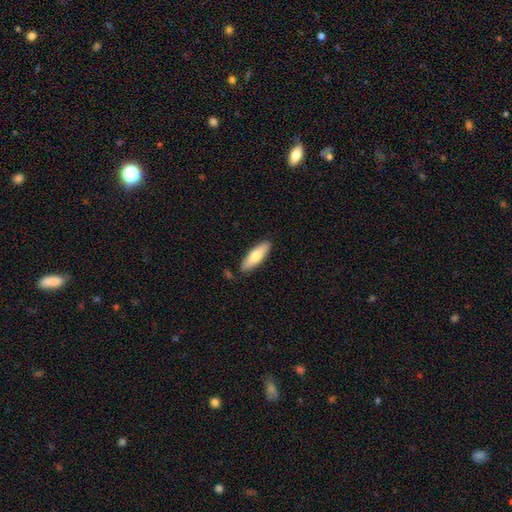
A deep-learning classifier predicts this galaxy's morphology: Smooth or featured?
  - smooth: 72% *
  - featured or disk: 23%
  - star or artifact: 5%
How rounded?
  - in between: 52% *
  - cigar-shaped: 46%
  - round: 2%
Merging?
  - none: 86% *
  - minor disturbance: 10%
  - merger: 2%
  - major disturbance: 2%